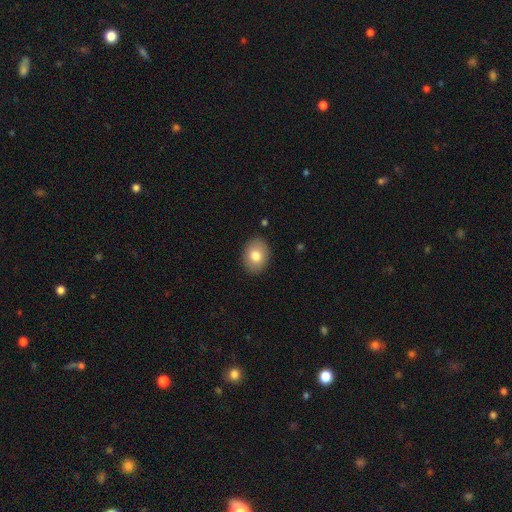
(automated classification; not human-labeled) This is likely a smooth galaxy (79%). How rounded: likely in between (67%). Merging: clearly none (89%).